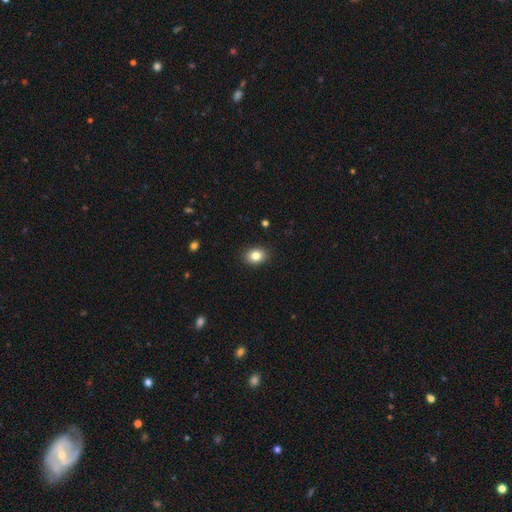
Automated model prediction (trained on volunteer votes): Morphology: type=smooth (83%); roundness=in between (64%); merging=none (89%).